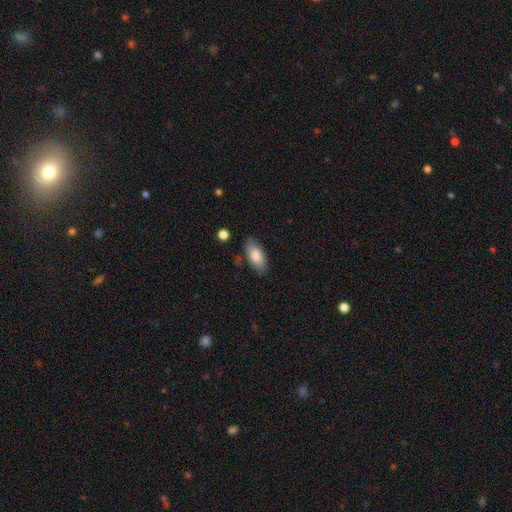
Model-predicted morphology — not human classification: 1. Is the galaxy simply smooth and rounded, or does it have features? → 82% smooth, 12% featured or disk, 6% star or artifact.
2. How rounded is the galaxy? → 91% in between, 7% cigar-shaped, 3% round.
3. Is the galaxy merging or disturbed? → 81% none, 14% minor disturbance, 3% major disturbance, 3% merger.